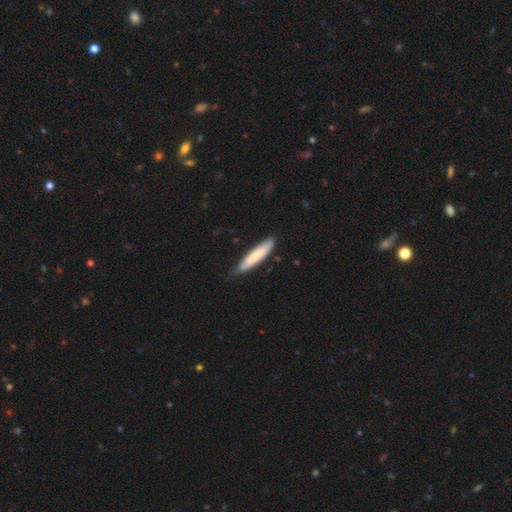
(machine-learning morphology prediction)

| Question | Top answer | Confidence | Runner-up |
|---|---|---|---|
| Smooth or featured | smooth | 69% | featured or disk (26%) |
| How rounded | cigar-shaped | 81% | in between (18%) |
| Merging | none | 73% | minor disturbance (22%) |